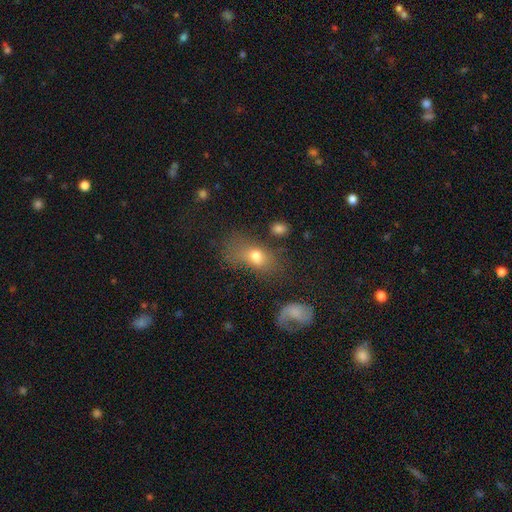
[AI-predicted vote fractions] Smooth or featured?
  - smooth: 68% *
  - featured or disk: 19%
  - star or artifact: 12%
How rounded?
  - in between: 81% *
  - round: 15%
  - cigar-shaped: 4%
Merging?
  - none: 44% *
  - major disturbance: 24%
  - minor disturbance: 21%
  - merger: 10%